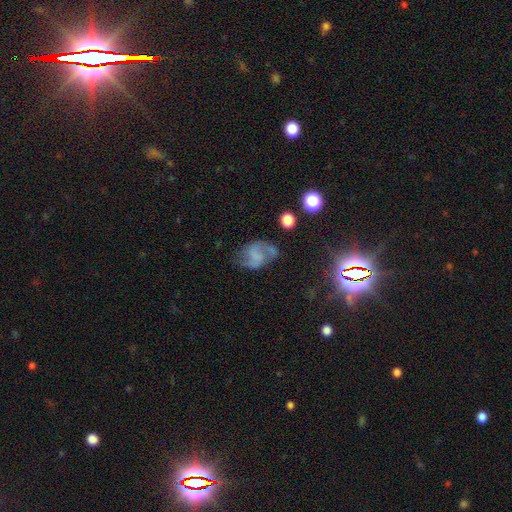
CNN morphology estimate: The model was most divided on "smooth or featured": featured or disk: 55%, smooth: 33%, star or artifact: 12%. Remaining: edge-on disk — no (98%); spiral arms — yes (80%); bulge size — none (66%); bar — no (57%); merging — none (48%).